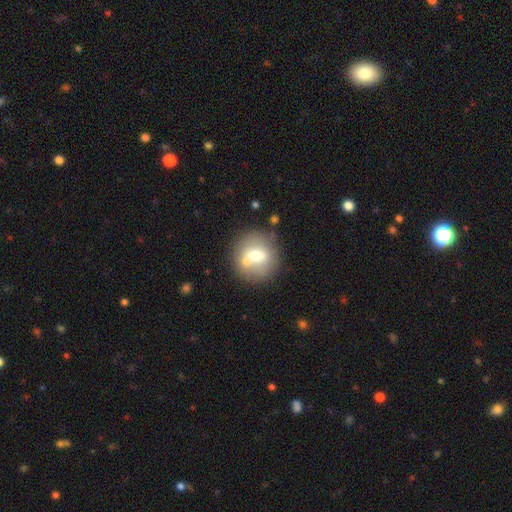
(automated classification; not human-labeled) Smooth or featured?
  - smooth: 61% *
  - featured or disk: 30%
  - star or artifact: 9%
How rounded?
  - round: 86% *
  - in between: 13%
  - cigar-shaped: 1%
Merging?
  - none: 65% *
  - merger: 16%
  - minor disturbance: 14%
  - major disturbance: 5%